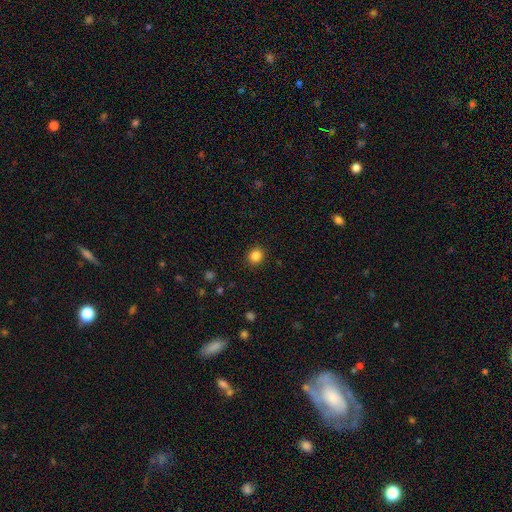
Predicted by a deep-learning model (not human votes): This is clearly a smooth galaxy (85%). How rounded: likely round (80%). Merging: clearly none (90%).